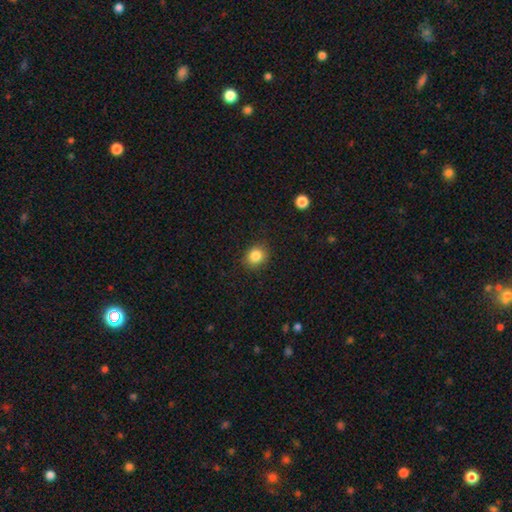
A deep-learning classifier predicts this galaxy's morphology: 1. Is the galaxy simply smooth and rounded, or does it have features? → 85% smooth, 10% star or artifact, 5% featured or disk.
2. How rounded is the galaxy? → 68% round, 31% in between, 1% cigar-shaped.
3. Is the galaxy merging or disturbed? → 87% none, 9% minor disturbance, 2% major disturbance, 1% merger.